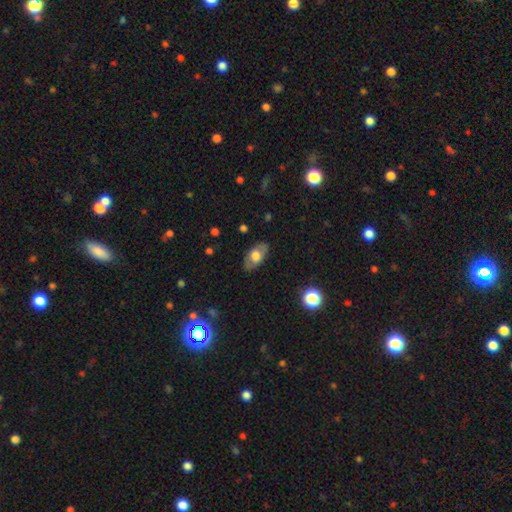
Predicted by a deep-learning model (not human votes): A smooth galaxy with no disk features (62%) that is in between round and cigar-shaped (91%). Merging: none (82%).